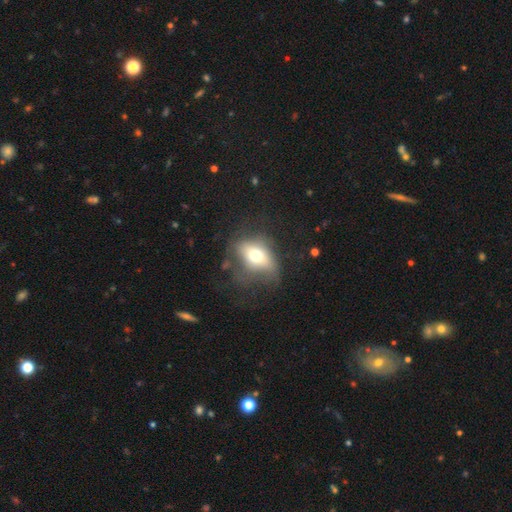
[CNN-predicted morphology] Smooth or featured? smooth (59%)
How rounded? in between (74%)
Merging? none (45%)